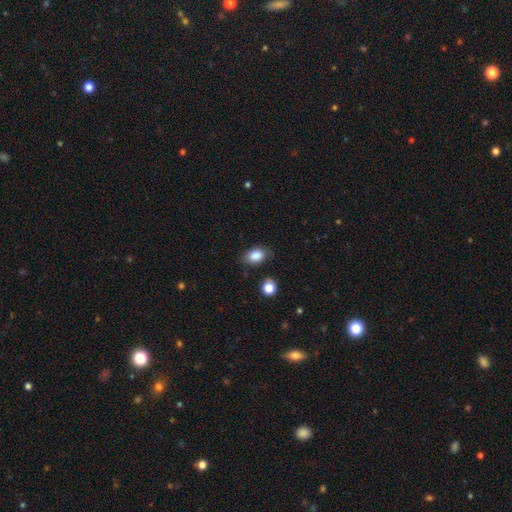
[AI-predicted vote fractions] Smooth or featured?
  - smooth: 86% *
  - star or artifact: 9%
  - featured or disk: 5%
How rounded?
  - in between: 80% *
  - round: 18%
  - cigar-shaped: 1%
Merging?
  - none: 77% *
  - minor disturbance: 17%
  - major disturbance: 4%
  - merger: 2%